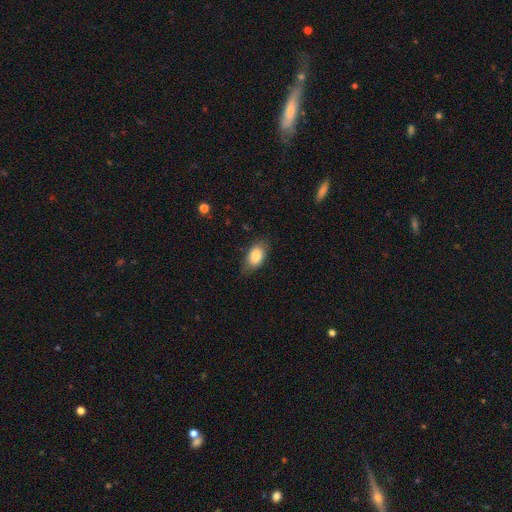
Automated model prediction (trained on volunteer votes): Morphology: type=smooth (83%); roundness=in between (91%); merging=none (76%).